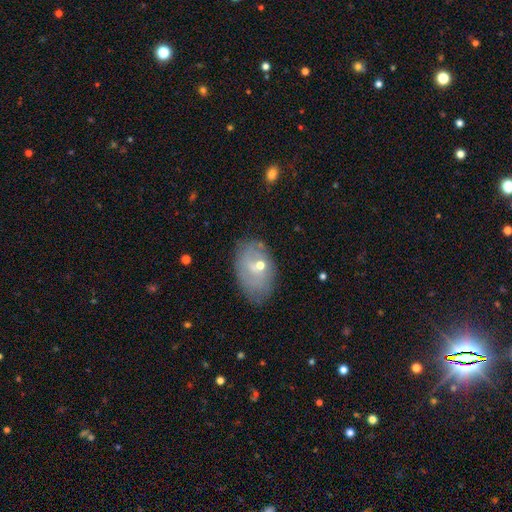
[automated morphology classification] A featured or disk galaxy (52%). Merging: none (70%).